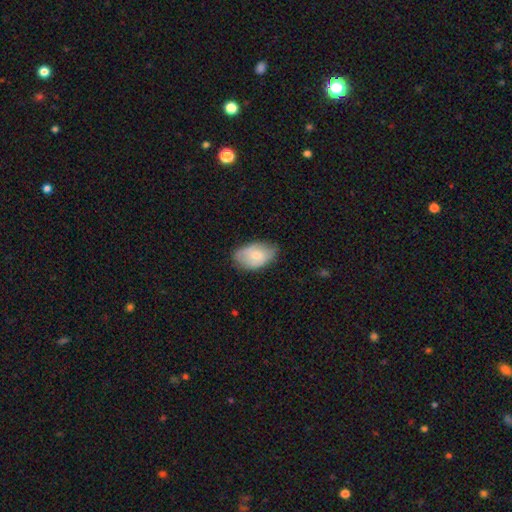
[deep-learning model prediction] Smooth or featured: smooth — 69% (featured or disk — 25%)
How rounded: in between — 90% (round — 9%)
Merging: none — 62% (minor disturbance — 30%)